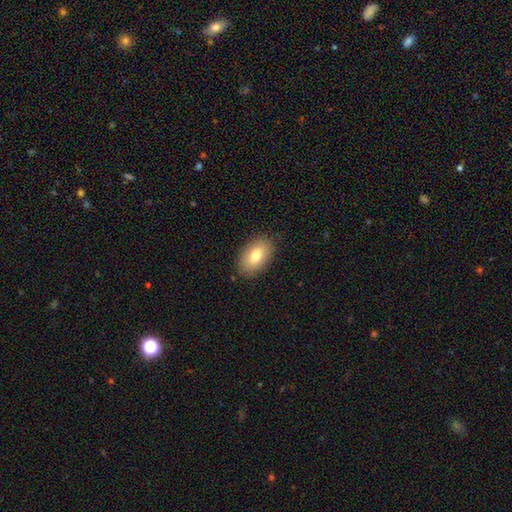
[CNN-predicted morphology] This appears to be a smooth galaxy with no disk features (77%) that is in between round and cigar-shaped (91%). Merging: none (87%).